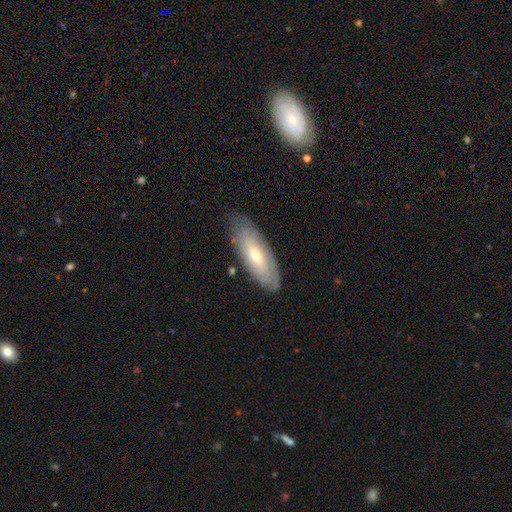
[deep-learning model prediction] Morphology: type=smooth (53%); roundness=in between (64%); merging=none (78%).